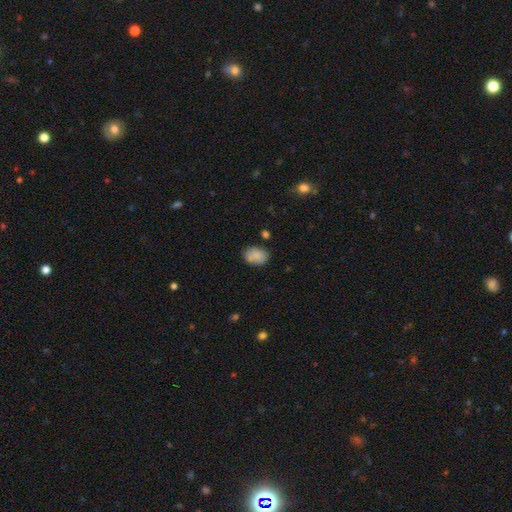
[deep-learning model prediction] Q: Smooth or featured?
A: smooth (85%); runner-up: star or artifact (8%)
Q: How rounded?
A: in between (73%); runner-up: round (26%)
Q: Merging?
A: none (74%); runner-up: minor disturbance (16%)